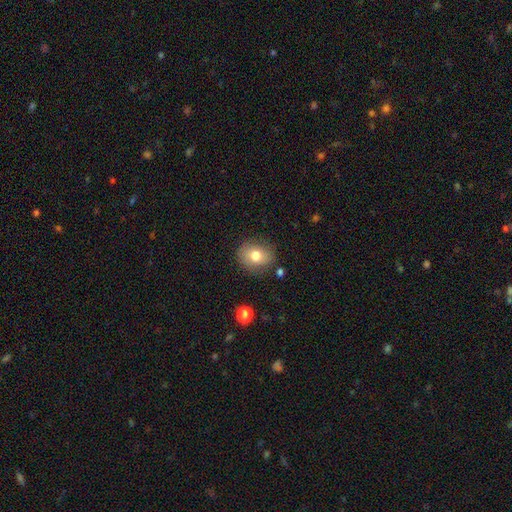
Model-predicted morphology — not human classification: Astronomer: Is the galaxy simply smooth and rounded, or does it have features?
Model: smooth — 75%.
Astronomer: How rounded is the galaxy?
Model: round — 57% (runner-up: in between, 42%).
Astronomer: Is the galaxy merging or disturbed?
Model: none — 80%.